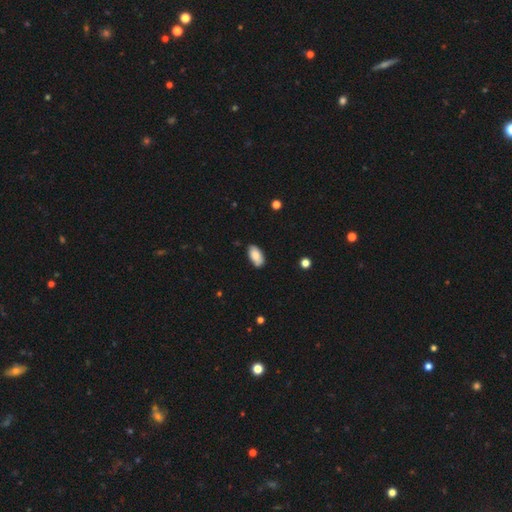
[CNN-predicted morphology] smooth 84%, featured or disk 9%, star or artifact 7%. Down the decision tree: how rounded — in between (94%); merging — none (83%).